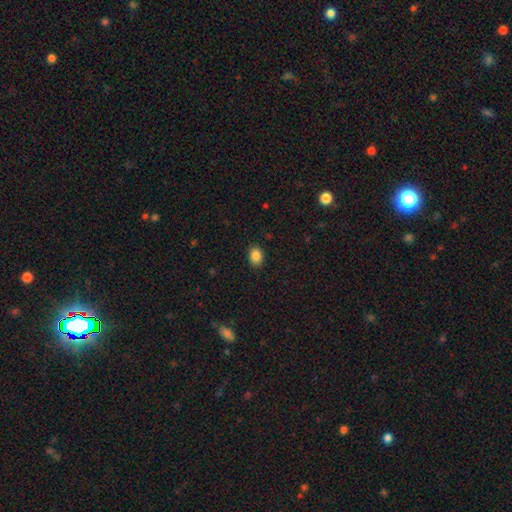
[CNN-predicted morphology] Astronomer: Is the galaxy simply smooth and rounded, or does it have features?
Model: smooth — 87%.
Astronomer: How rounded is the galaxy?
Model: in between — 72%.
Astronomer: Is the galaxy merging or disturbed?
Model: none — 89%.